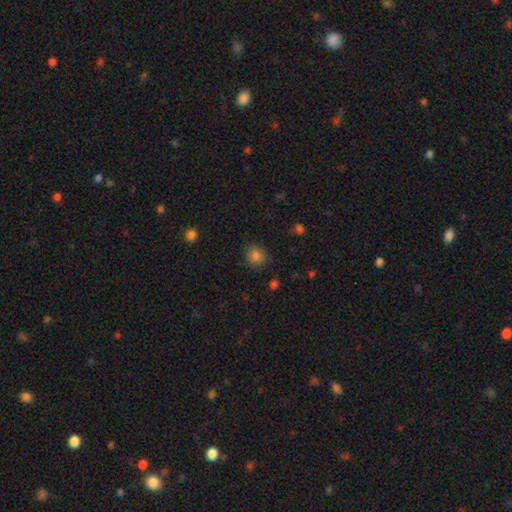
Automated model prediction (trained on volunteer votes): This appears to be a smooth galaxy with no disk features (83%) that is round (74%). Merging: none (83%).